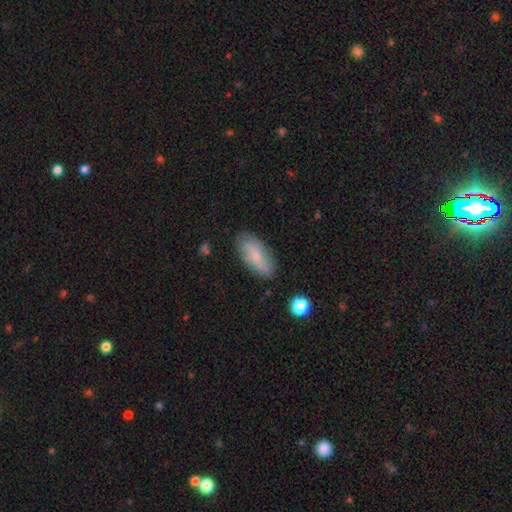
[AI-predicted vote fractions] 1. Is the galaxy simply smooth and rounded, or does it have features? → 56% smooth, 36% featured or disk, 7% star or artifact.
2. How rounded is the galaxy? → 84% in between, 12% cigar-shaped, 3% round.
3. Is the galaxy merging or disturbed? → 80% none, 15% minor disturbance, 3% major disturbance, 2% merger.